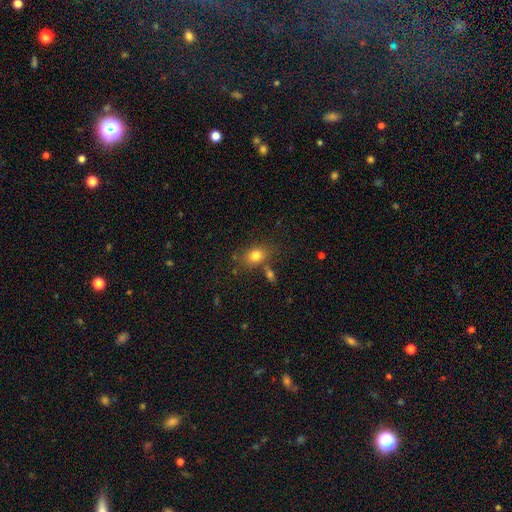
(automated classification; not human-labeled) This appears to be a smooth galaxy with no disk features (80%) that is in between round and cigar-shaped (62%). Merging: none (67%).